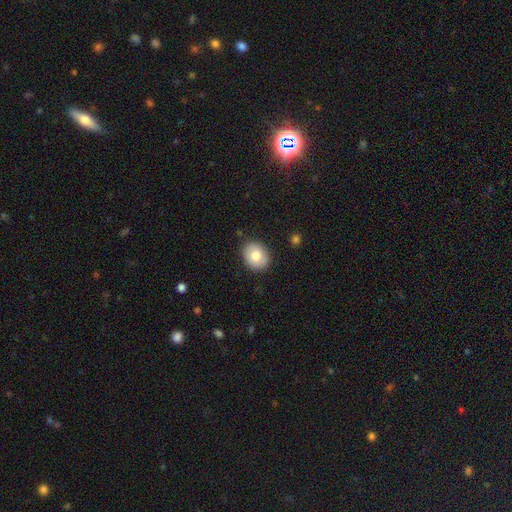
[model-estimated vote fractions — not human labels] A smooth galaxy with no disk features (78%) that is round (54%). Merging: none (87%).